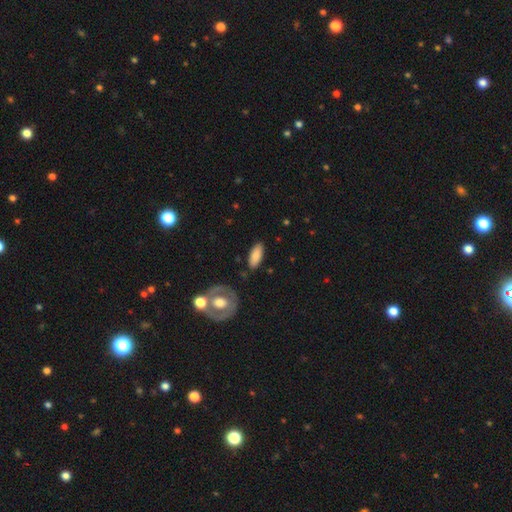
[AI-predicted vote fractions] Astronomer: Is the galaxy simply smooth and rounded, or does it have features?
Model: smooth — 82%.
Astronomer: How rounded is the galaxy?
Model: in between — 81%.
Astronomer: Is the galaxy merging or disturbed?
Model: none — 85%.